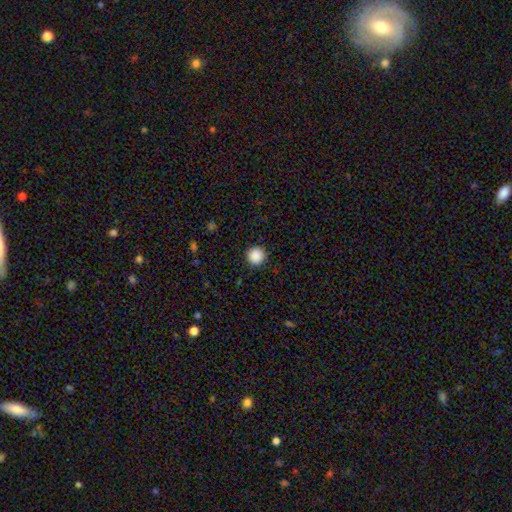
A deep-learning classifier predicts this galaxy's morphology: smooth 88%, star or artifact 9%, featured or disk 2%. Down the decision tree: how rounded — round (96%); merging — none (92%).